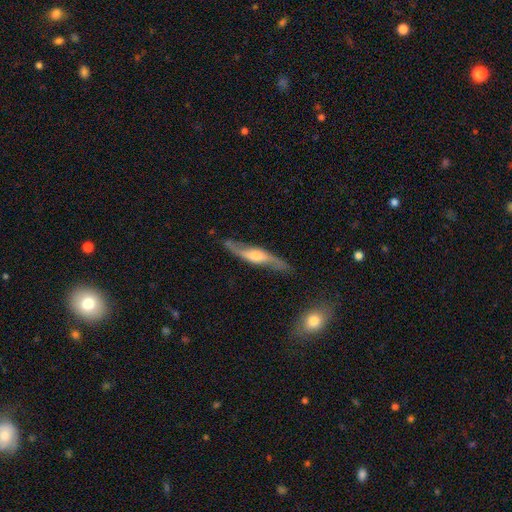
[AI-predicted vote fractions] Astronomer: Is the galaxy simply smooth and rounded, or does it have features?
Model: featured or disk — 76%.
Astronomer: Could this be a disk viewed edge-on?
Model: no — 53% (runner-up: yes, 47%).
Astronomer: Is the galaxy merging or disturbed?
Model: none — 77%.